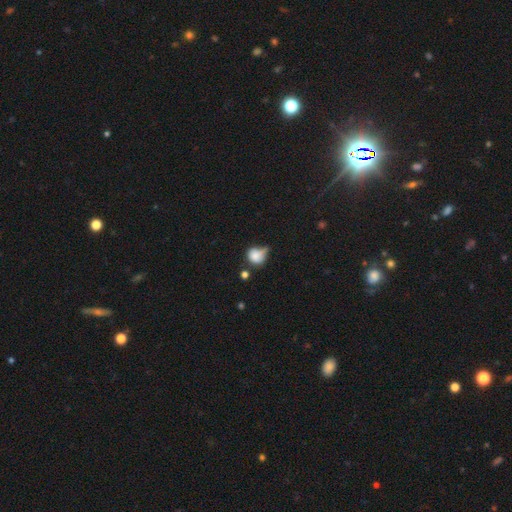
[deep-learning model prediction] This appears to be a smooth galaxy with no disk features (78%) that is round (64%). Merging: minor disturbance (34%).